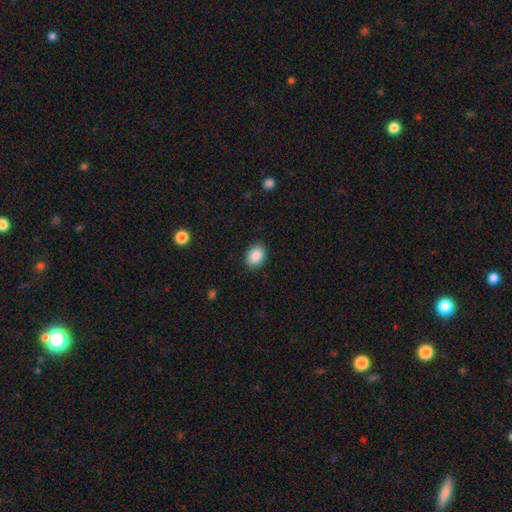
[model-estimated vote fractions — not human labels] smooth_or_featured: smooth (p=0.88) [alt: star or artifact p=0.08]
how_rounded: in between (p=0.70) [alt: round p=0.29]
merging: none (p=0.88) [alt: minor disturbance p=0.09]